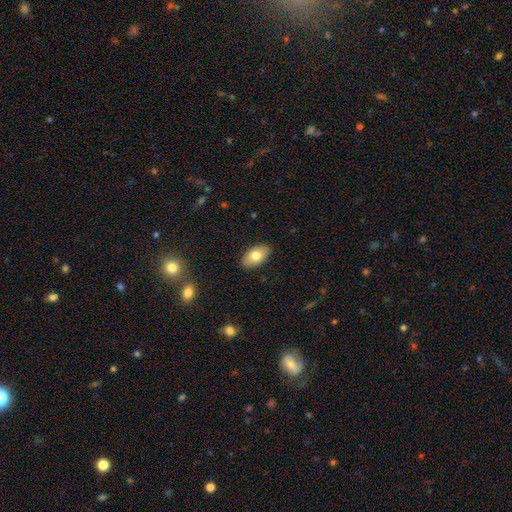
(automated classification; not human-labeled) A smooth galaxy with no disk features (77%) that is in between round and cigar-shaped (93%).

Vote fractions:
- Smooth or featured? smooth: 77% / featured or disk: 16% / star or artifact: 7%
- How rounded? in between: 93% / round: 5% / cigar-shaped: 2%
- Merging? none: 87% / minor disturbance: 10% / major disturbance: 2% / merger: 1%